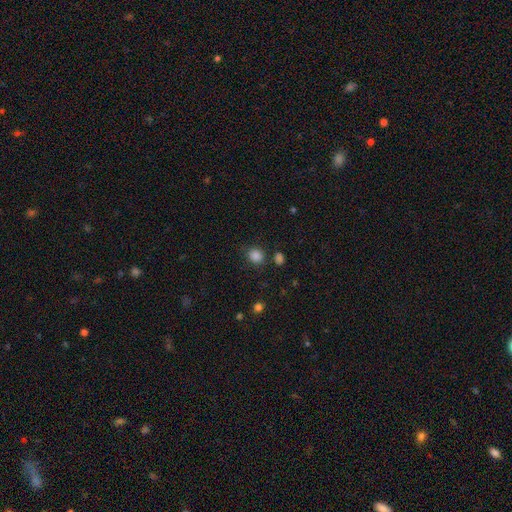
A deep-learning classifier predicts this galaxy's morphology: Smooth or featured?
  - smooth: 84% *
  - star or artifact: 12%
  - featured or disk: 4%
How rounded?
  - round: 76% *
  - in between: 23%
  - cigar-shaped: 1%
Merging?
  - none: 79% *
  - minor disturbance: 12%
  - merger: 5%
  - major disturbance: 4%